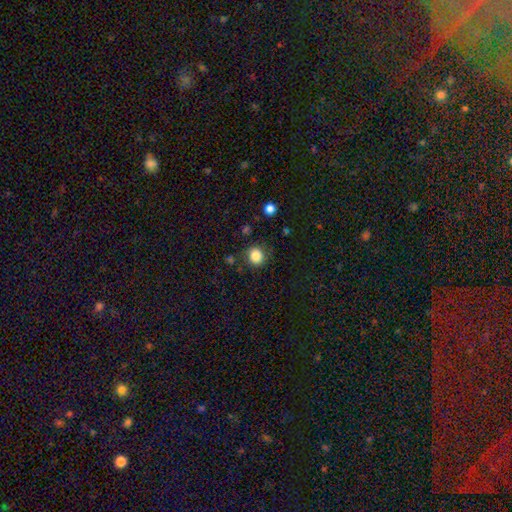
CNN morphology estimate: smooth-or-featured: smooth: 85% | star or artifact: 11% | featured or disk: 5%
  how-rounded: round: 85% | in between: 14% | cigar-shaped: 1%
  merging: none: 83% | minor disturbance: 11% | major disturbance: 3% | merger: 2%